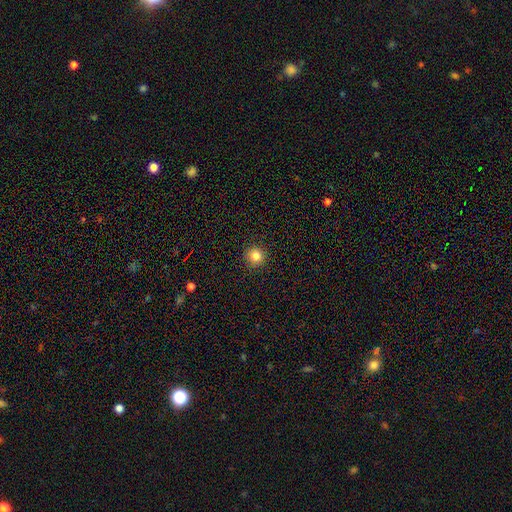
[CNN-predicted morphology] Q: Smooth or featured?
A: smooth (83%); runner-up: star or artifact (12%)
Q: How rounded?
A: round (95%); runner-up: in between (4%)
Q: Merging?
A: none (93%); runner-up: minor disturbance (5%)